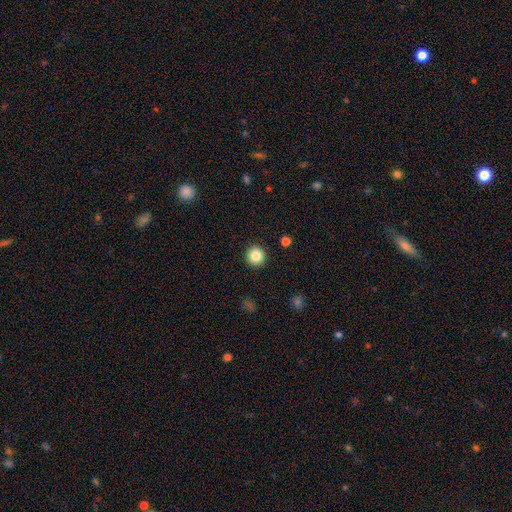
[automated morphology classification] A smooth galaxy with no disk features (85%) that is round (95%). Merging: none (93%).